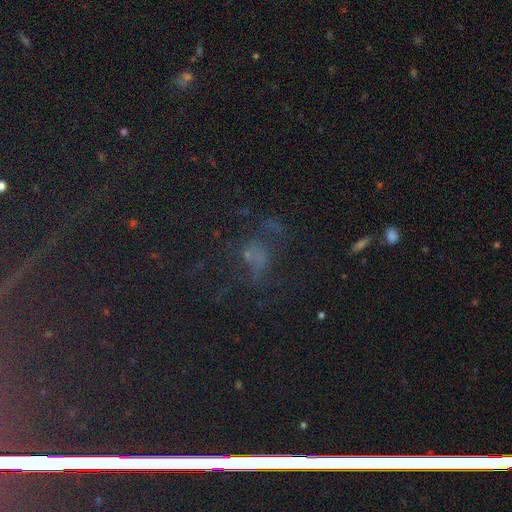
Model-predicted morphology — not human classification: star or artifact 43%, smooth 30%, featured or disk 27%.